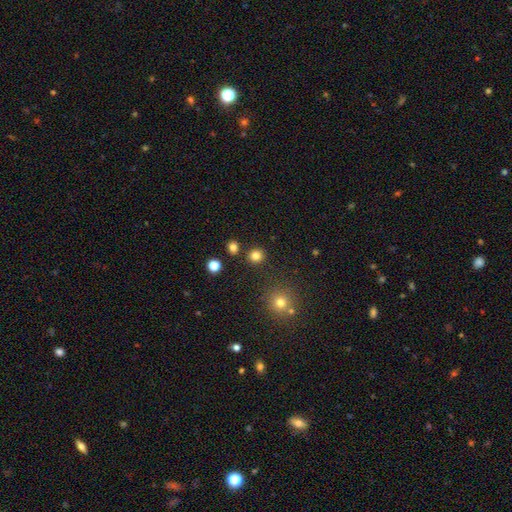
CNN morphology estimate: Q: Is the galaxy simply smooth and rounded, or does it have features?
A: smooth — 81%.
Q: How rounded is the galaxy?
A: round — 87%.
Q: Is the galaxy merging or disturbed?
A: none — 87%.